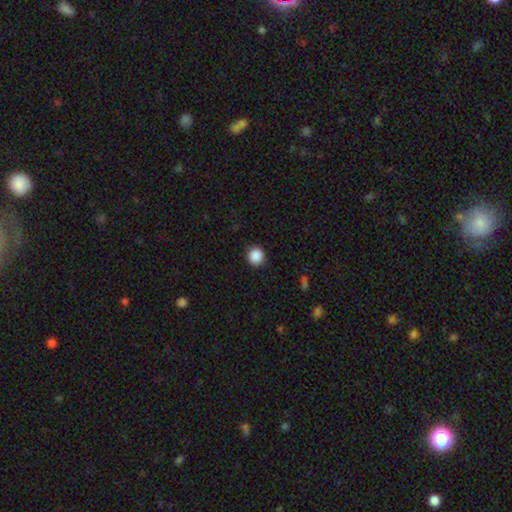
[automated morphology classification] smooth 88%, star or artifact 9%, featured or disk 2%. Down the decision tree: how rounded — round (94%); merging — none (91%).